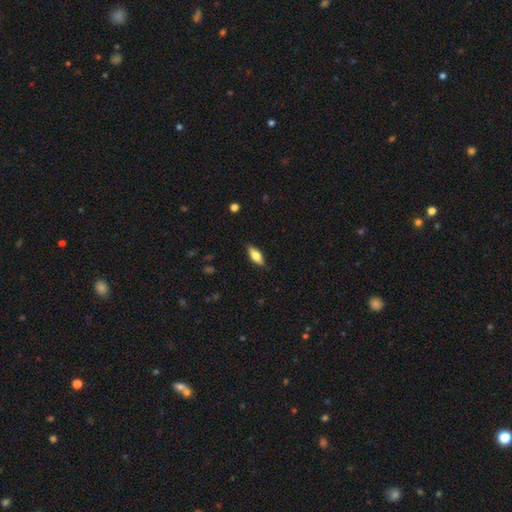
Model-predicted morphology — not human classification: smooth_or_featured: smooth (p=0.64) [alt: featured or disk p=0.30]
how_rounded: in between (p=0.65) [alt: cigar-shaped p=0.32]
merging: none (p=0.87) [alt: minor disturbance p=0.10]